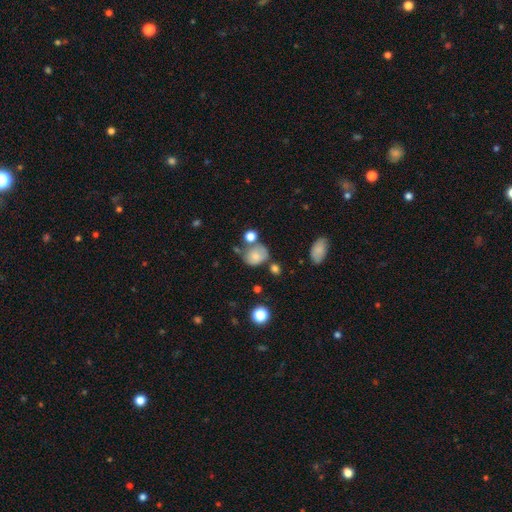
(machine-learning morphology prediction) Smooth or featured: smooth — 73% (featured or disk — 15%)
How rounded: round — 58% (in between — 41%)
Merging: none — 49% (minor disturbance — 24%)